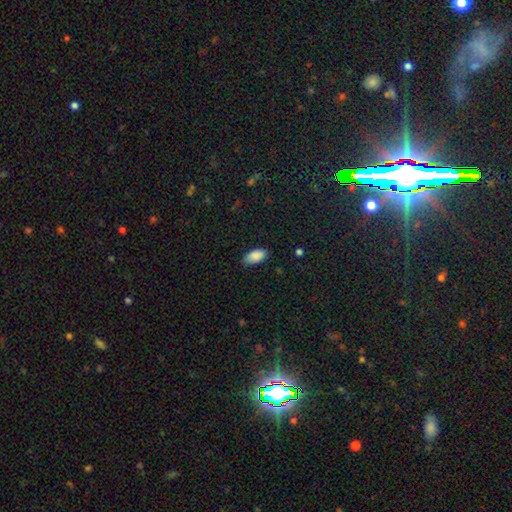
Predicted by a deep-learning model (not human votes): A smooth galaxy with no disk features (89%) that is in between round and cigar-shaped (94%).

Vote fractions:
- Smooth or featured? smooth: 89% / star or artifact: 7% / featured or disk: 4%
- How rounded? in between: 94% / cigar-shaped: 4% / round: 2%
- Merging? none: 78% / minor disturbance: 19% / major disturbance: 3% / merger: 1%